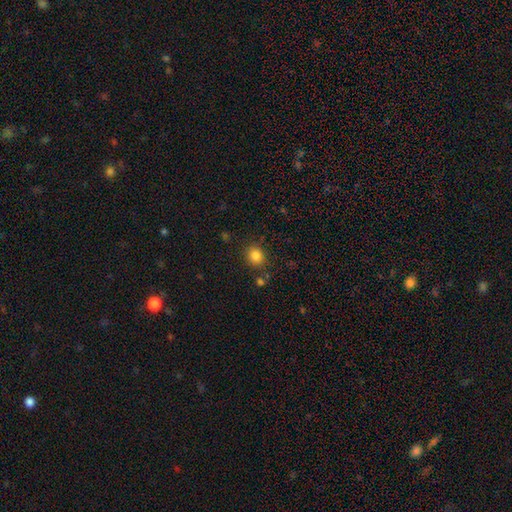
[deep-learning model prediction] Smooth or featured? smooth (84%)
How rounded? round (74%)
Merging? none (83%)